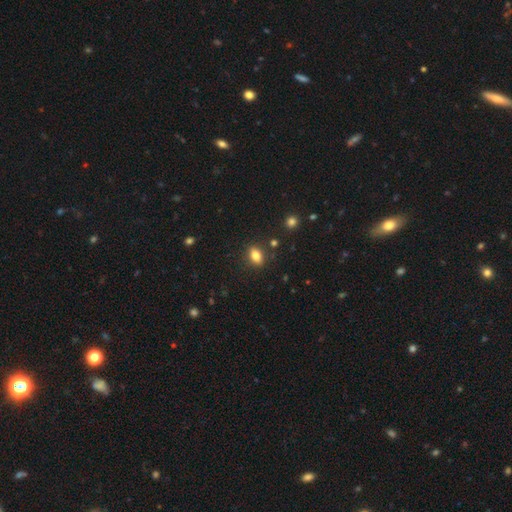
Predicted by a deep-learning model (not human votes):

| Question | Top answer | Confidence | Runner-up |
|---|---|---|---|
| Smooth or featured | smooth | 81% | star or artifact (10%) |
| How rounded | in between | 81% | round (15%) |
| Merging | none | 85% | minor disturbance (9%) |